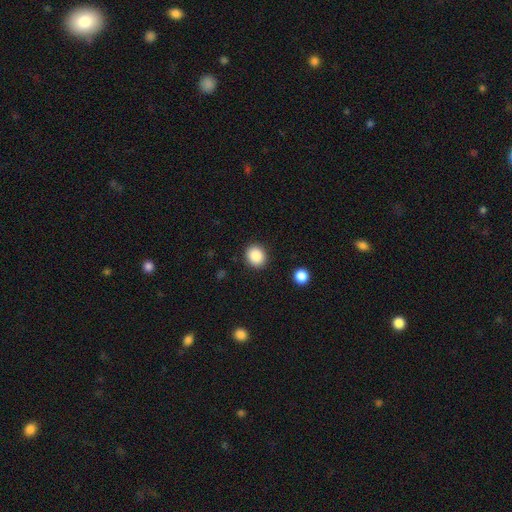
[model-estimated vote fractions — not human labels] Smooth or featured? smooth (88%)
How rounded? round (74%)
Merging? none (89%)